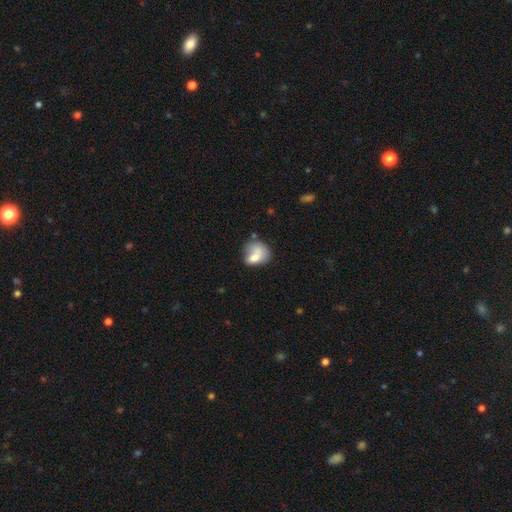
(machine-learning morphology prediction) This is likely a smooth galaxy (66%). How rounded: possibly round (50%). Merging: marginally none (32%).